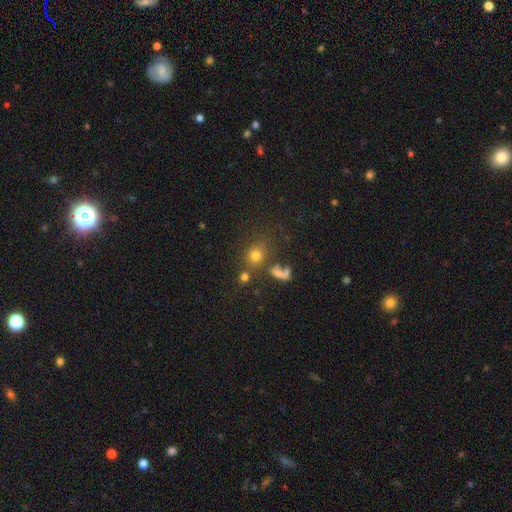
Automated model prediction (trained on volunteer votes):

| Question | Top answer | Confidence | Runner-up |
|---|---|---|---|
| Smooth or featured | smooth | 69% | star or artifact (20%) |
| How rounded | round | 72% | in between (27%) |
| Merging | none | 62% | merger (18%) |